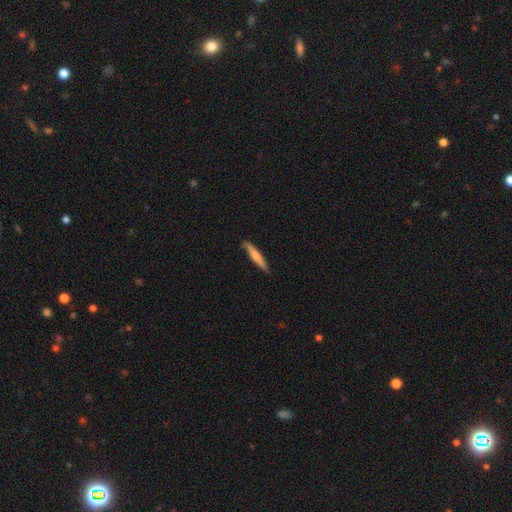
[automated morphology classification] This is possibly a smooth galaxy (51%). How rounded: clearly cigar-shaped (93%). Merging: clearly none (84%).